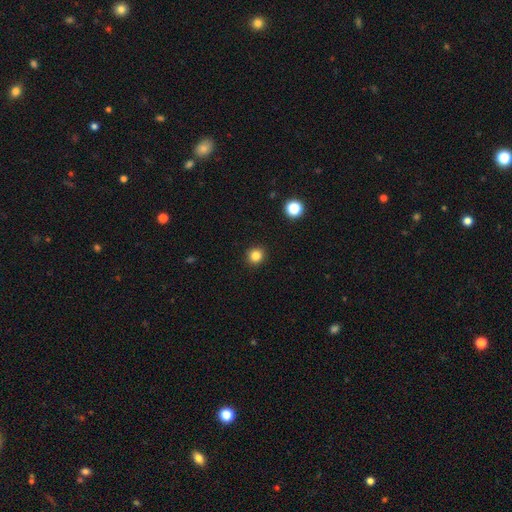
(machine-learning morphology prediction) The model was most divided on "smooth or featured": smooth: 83%, star or artifact: 12%, featured or disk: 4%. More confident: merging — none (93%); how rounded — round (91%).